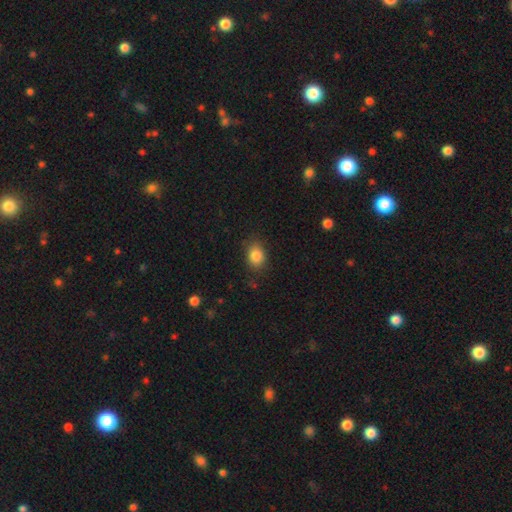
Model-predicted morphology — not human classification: Smooth or featured?
  - smooth: 85% *
  - star or artifact: 9%
  - featured or disk: 6%
How rounded?
  - in between: 60% *
  - round: 39%
  - cigar-shaped: 1%
Merging?
  - none: 80% *
  - minor disturbance: 15%
  - major disturbance: 4%
  - merger: 1%